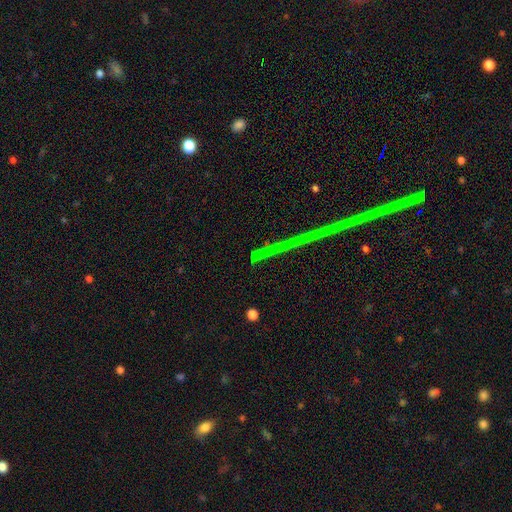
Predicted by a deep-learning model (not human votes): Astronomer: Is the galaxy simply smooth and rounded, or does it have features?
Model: star or artifact — 71%.